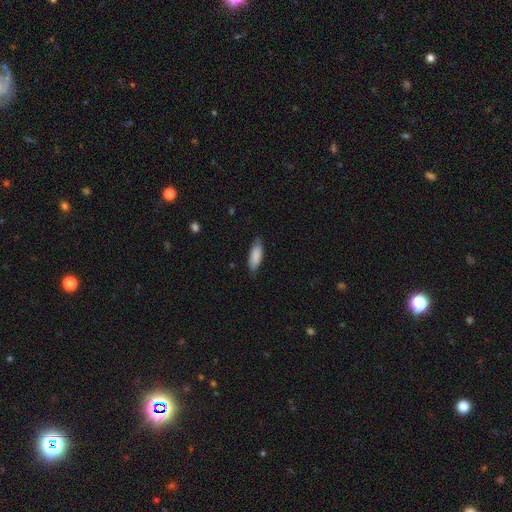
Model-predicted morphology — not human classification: Overall: smooth (85%). How rounded: in between (69%; cigar-shaped 29%). Merging: none (75%).